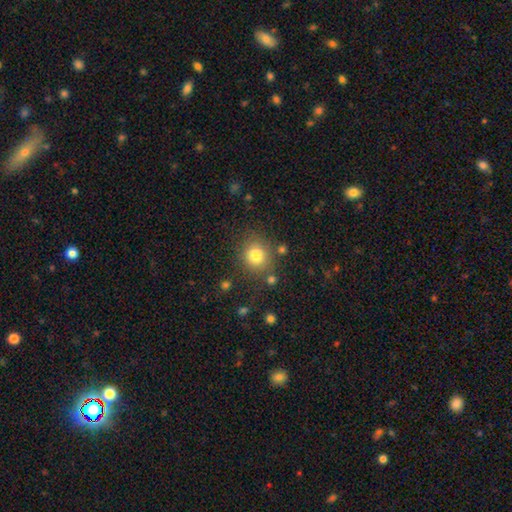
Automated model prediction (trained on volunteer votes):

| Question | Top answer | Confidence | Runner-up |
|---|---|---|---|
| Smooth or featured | smooth | 80% | star or artifact (12%) |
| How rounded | round | 84% | in between (15%) |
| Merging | none | 80% | minor disturbance (10%) |